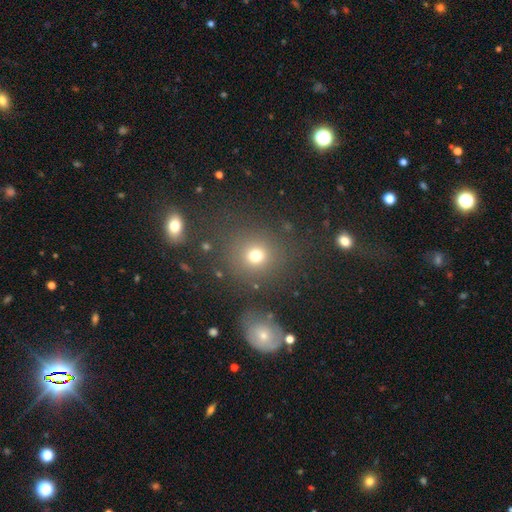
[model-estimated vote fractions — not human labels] A smooth galaxy with no disk features (73%) that is round (86%). Merging: none (78%).